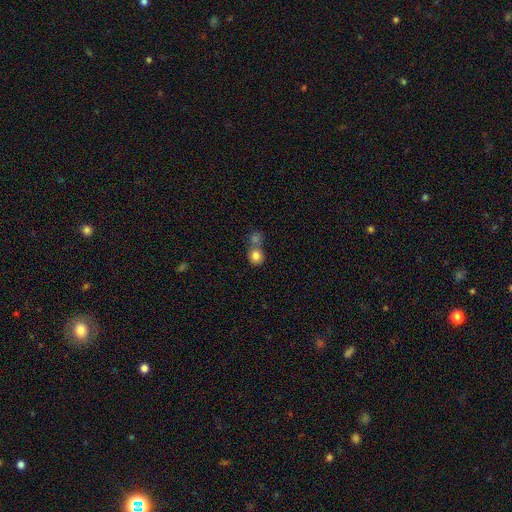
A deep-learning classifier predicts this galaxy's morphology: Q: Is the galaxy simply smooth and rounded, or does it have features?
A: smooth — 82%.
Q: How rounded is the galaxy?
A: round — 85%.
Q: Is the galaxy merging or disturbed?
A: none — 47%.